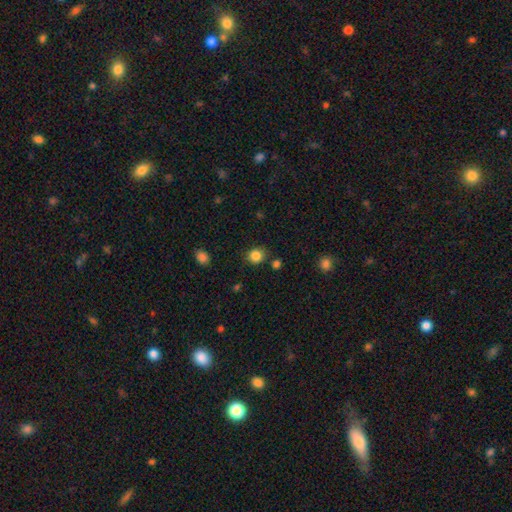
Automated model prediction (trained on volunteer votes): smooth 85%, star or artifact 11%, featured or disk 4%. Down the decision tree: how rounded — round (82%); merging — none (81%).